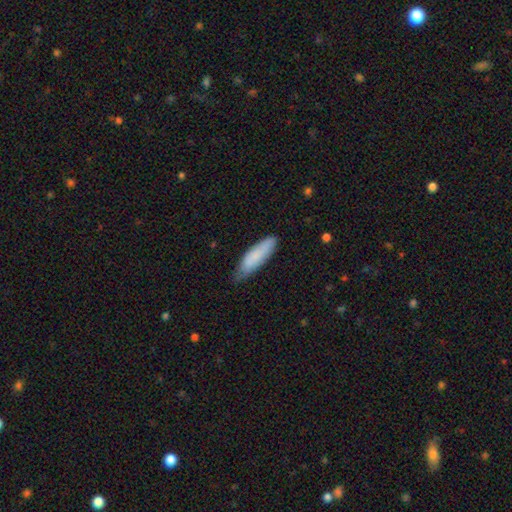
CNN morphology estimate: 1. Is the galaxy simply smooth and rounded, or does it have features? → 82% smooth, 12% featured or disk, 6% star or artifact.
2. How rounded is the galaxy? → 58% cigar-shaped, 41% in between, 1% round.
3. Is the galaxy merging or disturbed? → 64% none, 29% minor disturbance, 5% major disturbance, 2% merger.